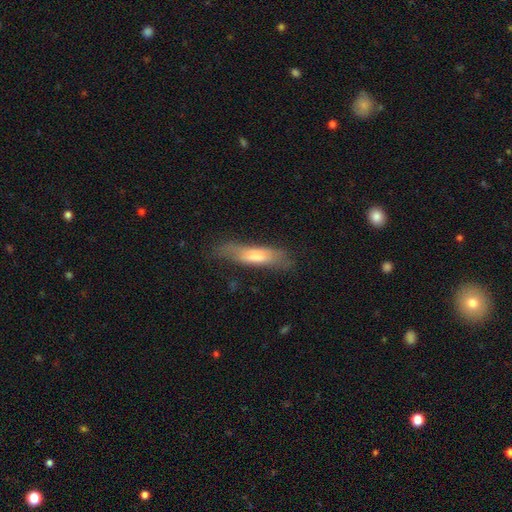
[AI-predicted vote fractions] Morphology: type=smooth (61%); roundness=cigar-shaped (72%); merging=none (63%).